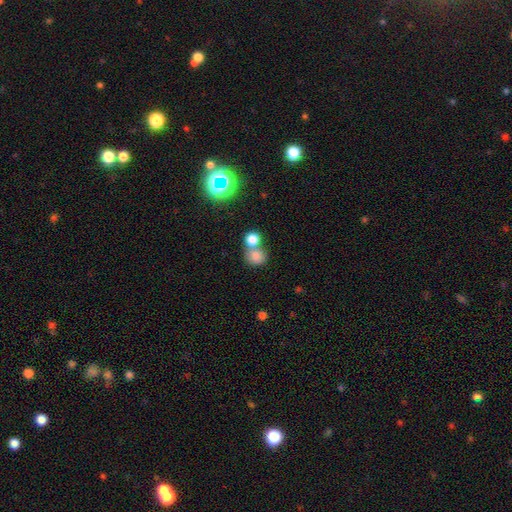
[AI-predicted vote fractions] smooth 79%, star or artifact 13%, featured or disk 8%. Down the decision tree: how rounded — round (80%); merging — merger (46%).